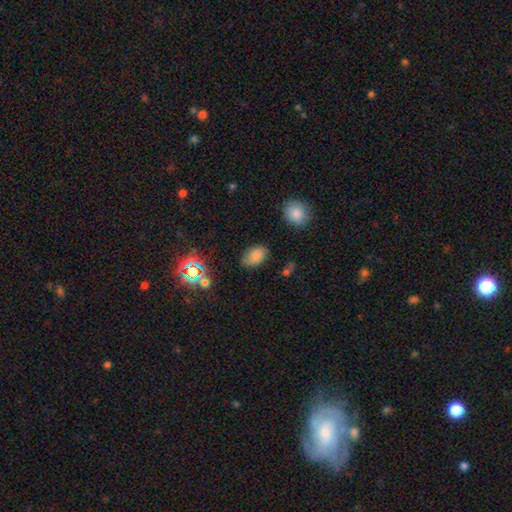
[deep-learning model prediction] Q: Smooth or featured?
A: smooth (79%); runner-up: star or artifact (13%)
Q: How rounded?
A: in between (87%); runner-up: round (11%)
Q: Merging?
A: none (76%); runner-up: minor disturbance (18%)